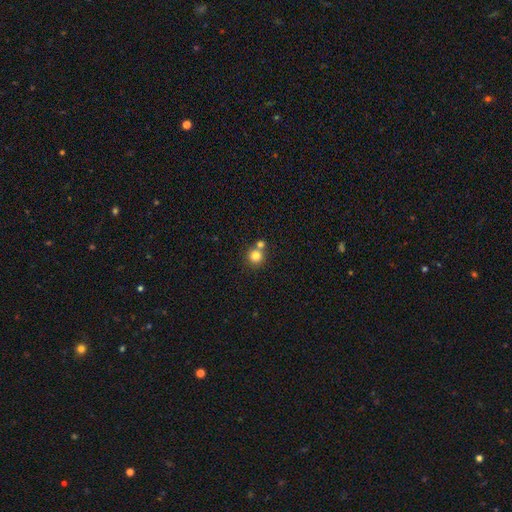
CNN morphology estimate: Smooth or featured? smooth (81%)
How rounded? round (92%)
Merging? none (62%)